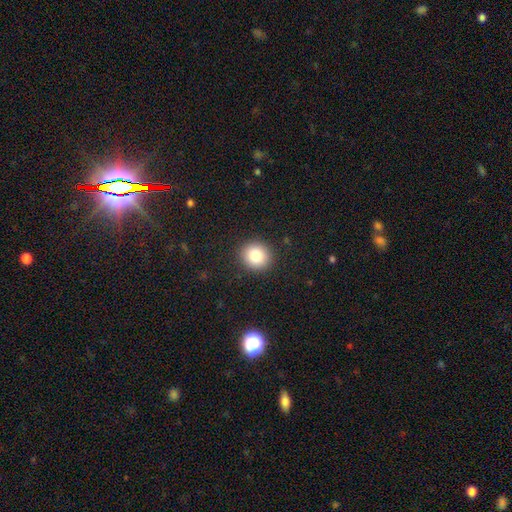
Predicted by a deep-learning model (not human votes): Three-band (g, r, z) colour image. It shows a smooth galaxy with no disk features (84%) that is round (88%). Merging: none (91%).